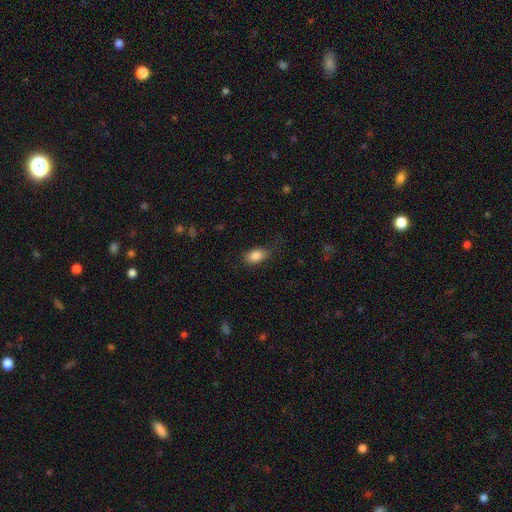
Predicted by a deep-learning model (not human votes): smooth-or-featured: smooth: 85% | star or artifact: 8% | featured or disk: 7%
  how-rounded: in between: 89% | round: 8% | cigar-shaped: 3%
  merging: none: 76% | minor disturbance: 17% | major disturbance: 5% | merger: 1%